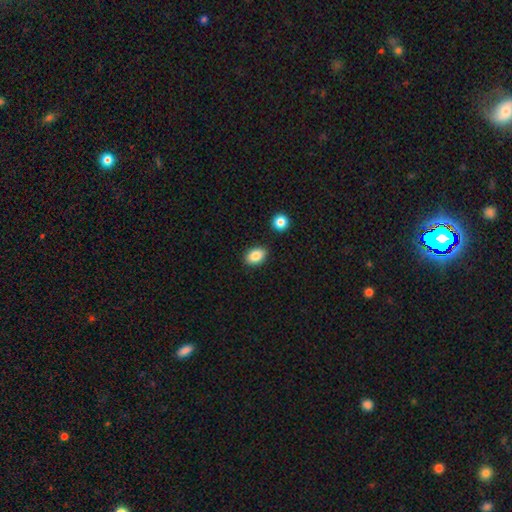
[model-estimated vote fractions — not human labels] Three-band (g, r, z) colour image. It shows a smooth galaxy with no disk features (87%) that is in between round and cigar-shaped (84%). Merging: none (85%).